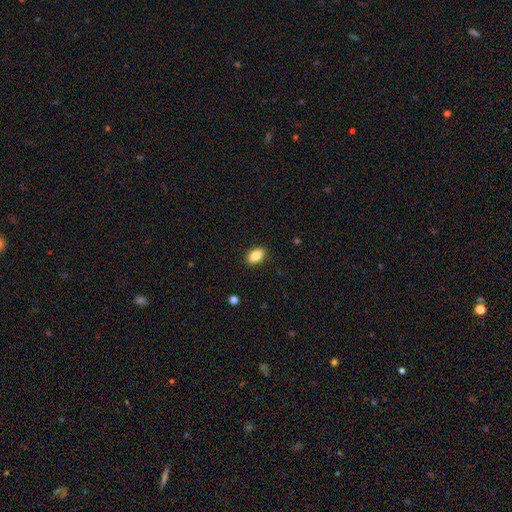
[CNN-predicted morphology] Smooth or featured? Predicted: smooth (p=0.84). How rounded? Predicted: in between (p=0.89). Merging? Predicted: none (p=0.90).